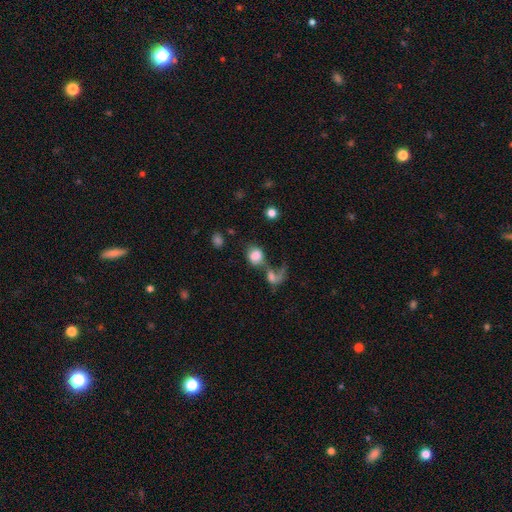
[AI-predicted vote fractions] Morphology: type=smooth (74%); roundness=round (62%); merging=merger (50%).